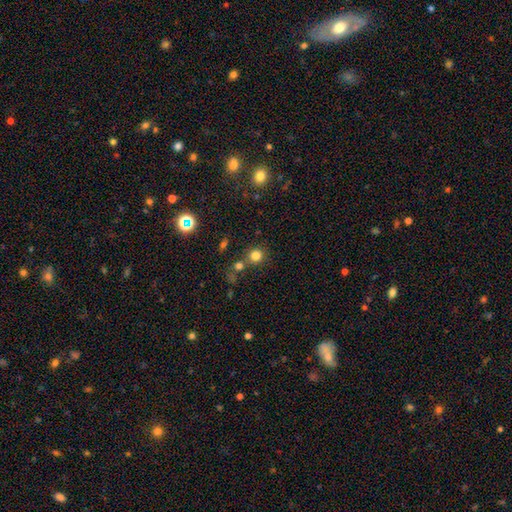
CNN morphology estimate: This appears to be a smooth galaxy with no disk features (78%) that is round (89%). Merging: none (68%).